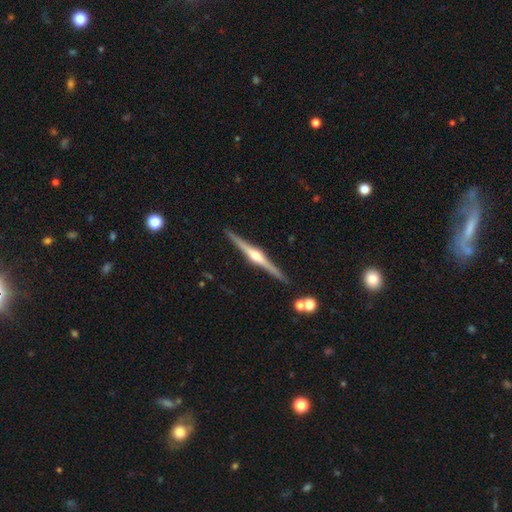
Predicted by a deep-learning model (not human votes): Smooth or featured? featured or disk (84%)
Edge-on disk? yes (99%)
Edge-on bulge? rounded (93%)
Merging? none (91%)